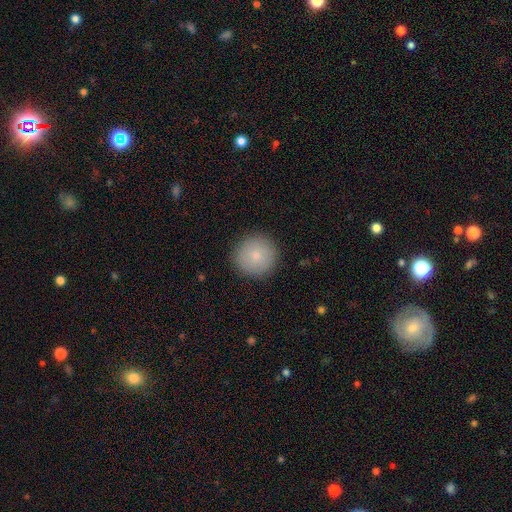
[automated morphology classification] A smooth galaxy with no disk features (83%) that is round (95%). Merging: none (91%).